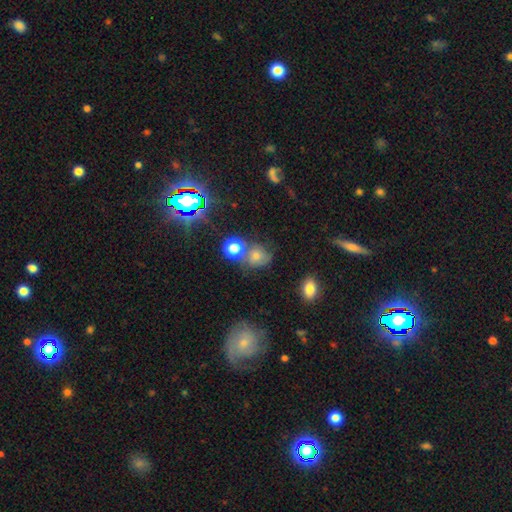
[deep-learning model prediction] Smooth or featured? smooth (52%)
How rounded? round (71%)
Merging? none (59%)